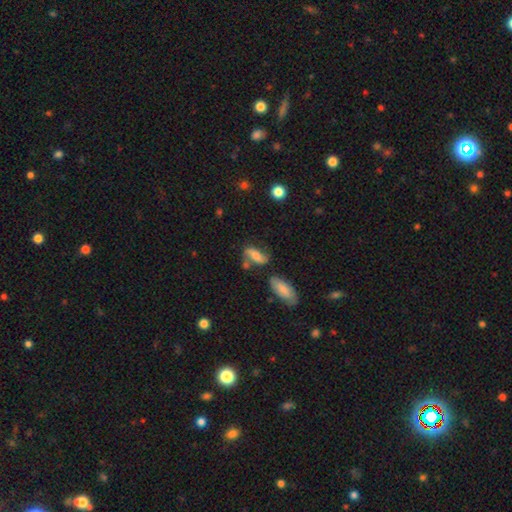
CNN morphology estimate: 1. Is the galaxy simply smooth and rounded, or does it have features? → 47% smooth, 43% featured or disk, 10% star or artifact.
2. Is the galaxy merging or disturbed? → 53% none, 22% minor disturbance, 15% merger, 10% major disturbance.